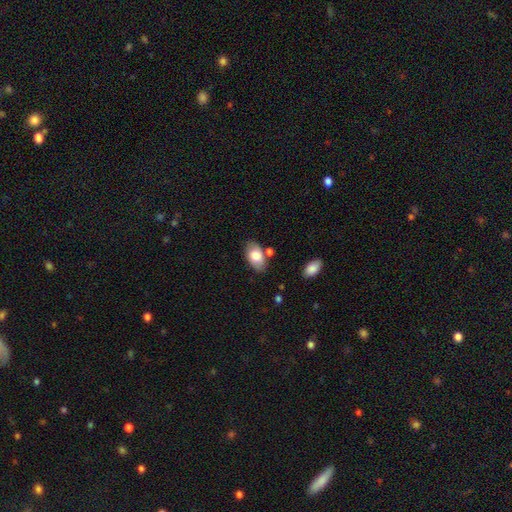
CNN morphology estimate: Smooth or featured: smooth — 78% (featured or disk — 15%)
How rounded: in between — 93% (round — 6%)
Merging: none — 71% (minor disturbance — 17%)